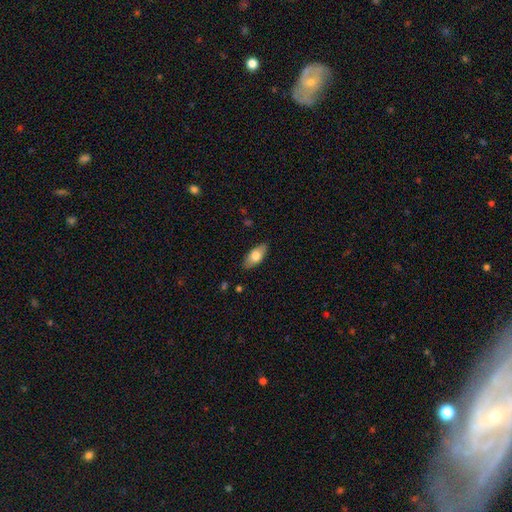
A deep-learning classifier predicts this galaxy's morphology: Smooth or featured: smooth — 74% (featured or disk — 20%)
How rounded: in between — 87% (cigar-shaped — 10%)
Merging: none — 86% (minor disturbance — 11%)